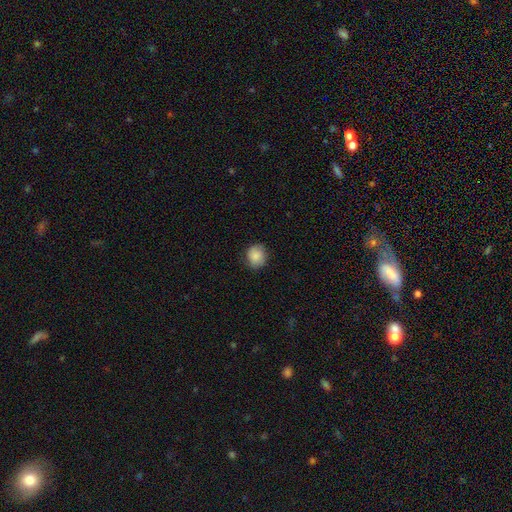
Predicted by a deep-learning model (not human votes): This is clearly a smooth galaxy (87%). How rounded: likely round (75%). Merging: clearly none (83%).